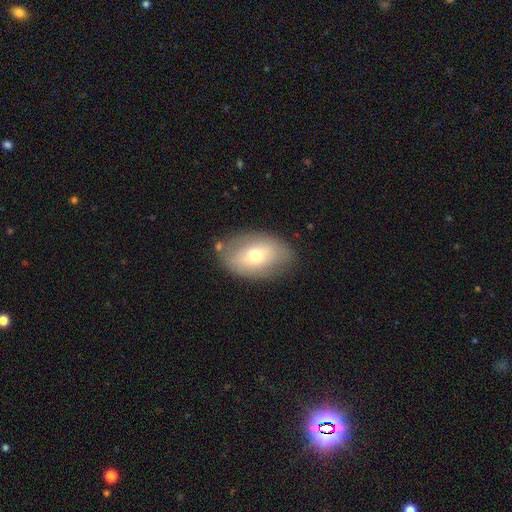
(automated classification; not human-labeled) smooth_or_featured: smooth (p=0.65) [alt: featured or disk p=0.28]
how_rounded: in between (p=0.87) [alt: round p=0.11]
merging: none (p=0.78) [alt: minor disturbance p=0.15]